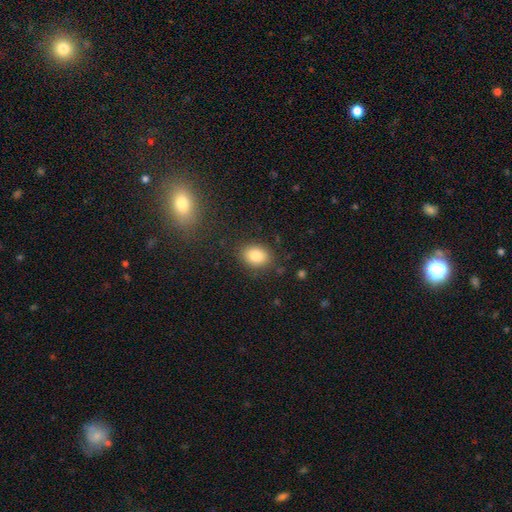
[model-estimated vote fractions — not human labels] smooth-or-featured: smooth: 83% | star or artifact: 9% | featured or disk: 7%
  how-rounded: in between: 60% | round: 39% | cigar-shaped: 1%
  merging: none: 84% | minor disturbance: 11% | major disturbance: 3% | merger: 2%